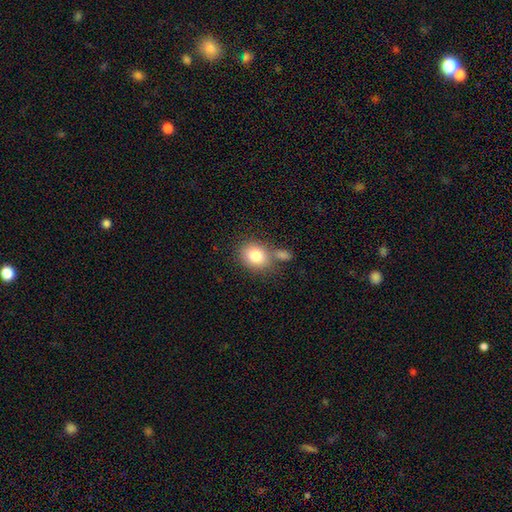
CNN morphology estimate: smooth 82%, featured or disk 9%, star or artifact 9%. Down the decision tree: how rounded — round (58%); merging — none (60%).